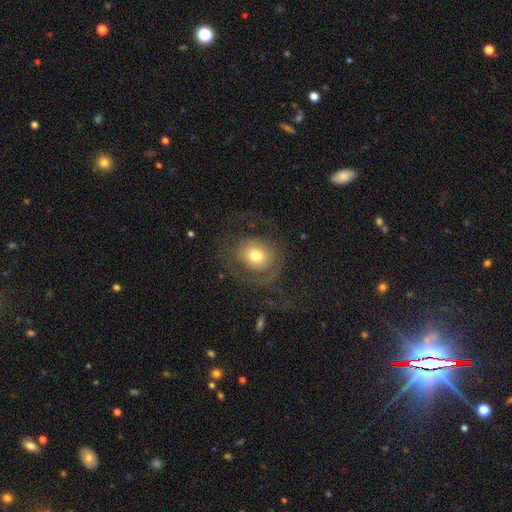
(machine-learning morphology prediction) This appears to be a featured or disk galaxy (46%). Merging: none (51%).